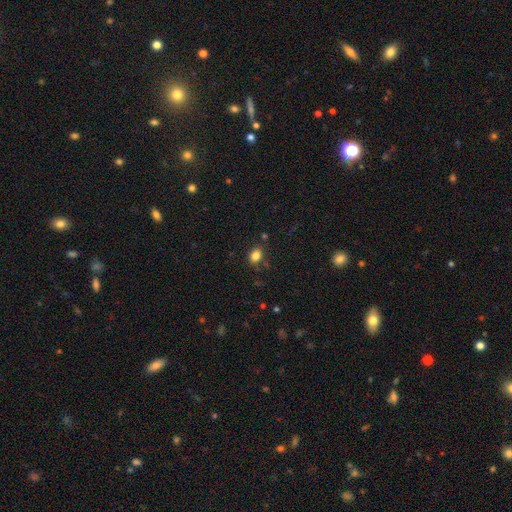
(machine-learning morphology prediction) Smooth or featured: smooth — 83% (star or artifact — 11%)
How rounded: in between — 67% (round — 32%)
Merging: none — 81% (minor disturbance — 12%)